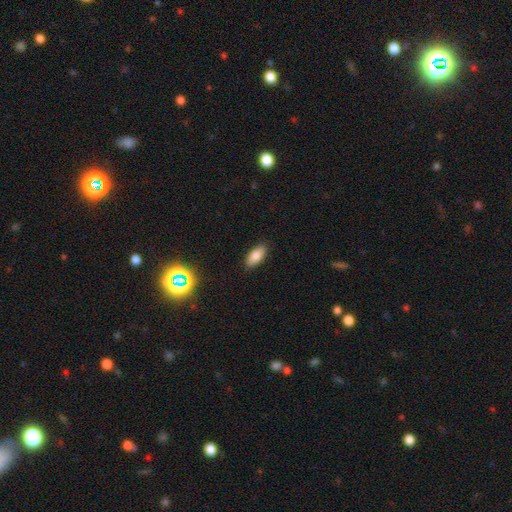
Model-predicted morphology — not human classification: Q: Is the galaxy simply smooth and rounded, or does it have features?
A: smooth — 82%.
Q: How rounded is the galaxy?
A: in between — 89%.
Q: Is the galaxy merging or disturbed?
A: none — 88%.